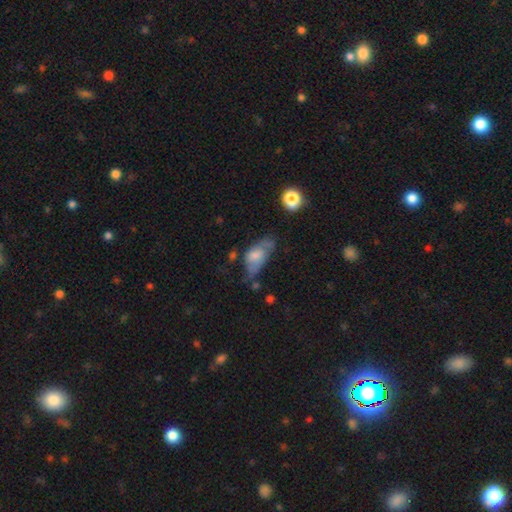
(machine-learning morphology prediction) A smooth galaxy with no disk features (59%) that is in between round and cigar-shaped (89%).

Vote fractions:
- Smooth or featured? smooth: 59% / featured or disk: 33% / star or artifact: 8%
- How rounded? in between: 89% / cigar-shaped: 6% / round: 5%
- Merging? minor disturbance: 33% / none: 31% / major disturbance: 29% / merger: 7%